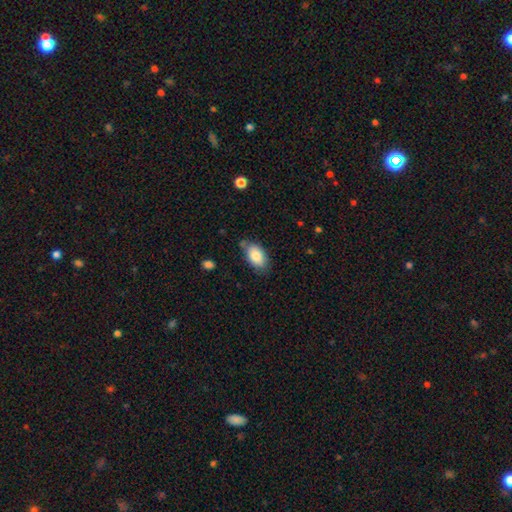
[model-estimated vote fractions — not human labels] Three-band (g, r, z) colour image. It shows a smooth galaxy with no disk features (86%) that is in between round and cigar-shaped (93%). Merging: none (71%).